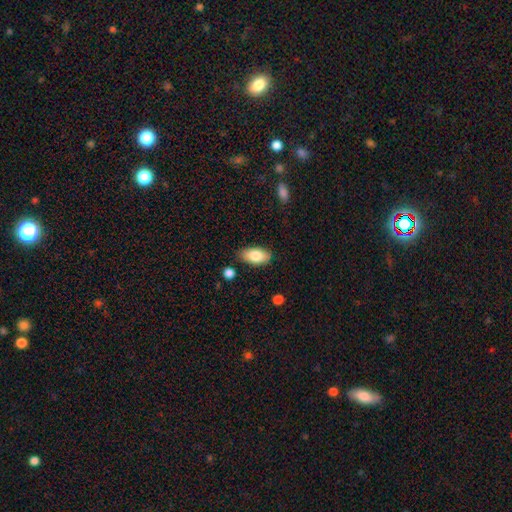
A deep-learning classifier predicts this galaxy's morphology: Overall: smooth (83%). How rounded: in between (93%). Merging: none (83%).